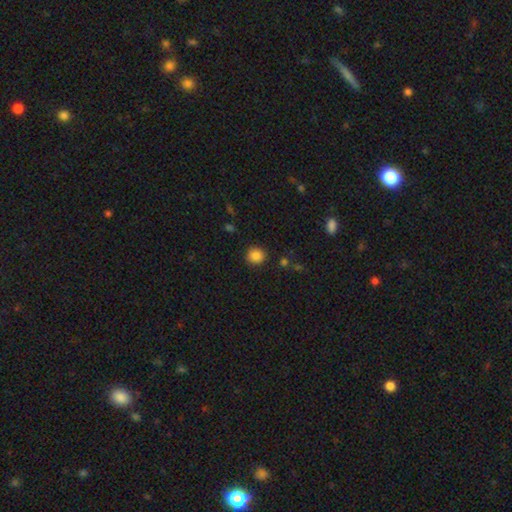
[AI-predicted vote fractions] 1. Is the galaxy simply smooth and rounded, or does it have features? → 85% smooth, 11% star or artifact, 4% featured or disk.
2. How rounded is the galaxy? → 88% round, 11% in between, 1% cigar-shaped.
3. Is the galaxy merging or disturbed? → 88% none, 8% minor disturbance, 2% major disturbance, 2% merger.